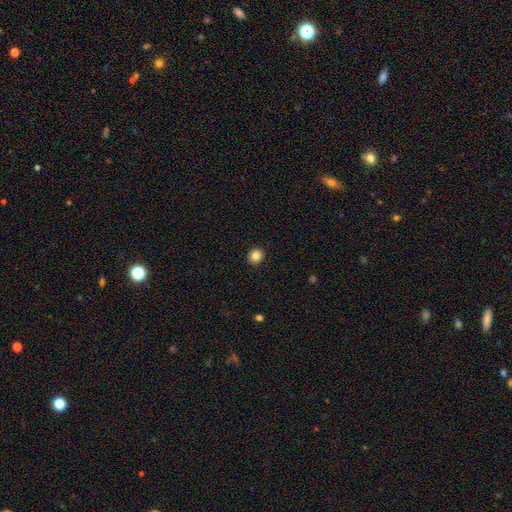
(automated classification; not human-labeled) A smooth galaxy with no disk features (85%) that is round (84%). Merging: none (93%).